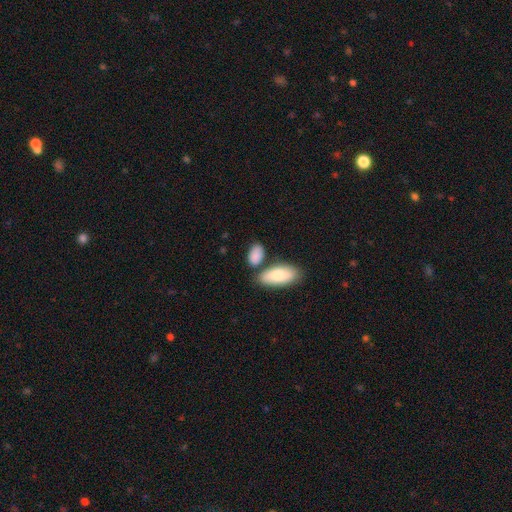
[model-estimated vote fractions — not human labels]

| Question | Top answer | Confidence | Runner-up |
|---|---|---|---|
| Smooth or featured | smooth | 86% | featured or disk (8%) |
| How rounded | in between | 90% | cigar-shaped (5%) |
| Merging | none | 60% | merger (21%) |